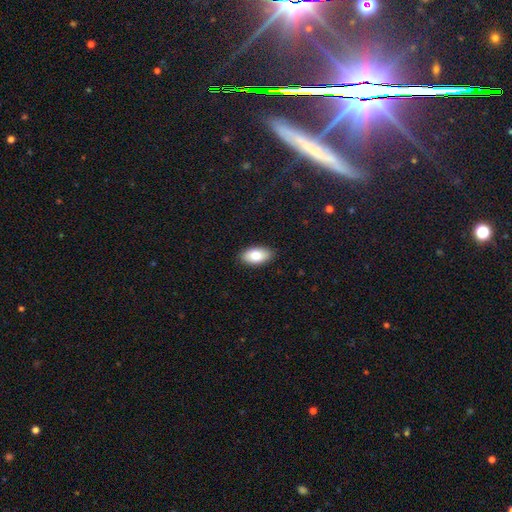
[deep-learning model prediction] Smooth or featured? Predicted: smooth (p=0.81). How rounded? Predicted: in between (p=0.94). Merging? Predicted: none (p=0.88).